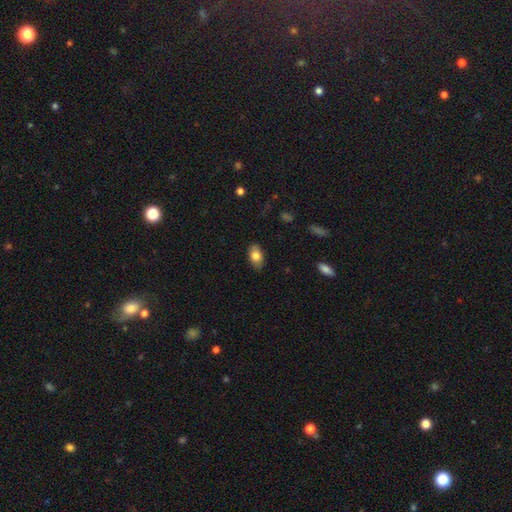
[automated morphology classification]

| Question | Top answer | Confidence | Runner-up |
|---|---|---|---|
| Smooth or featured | smooth | 80% | featured or disk (13%) |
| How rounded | in between | 92% | round (6%) |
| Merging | none | 86% | minor disturbance (11%) |